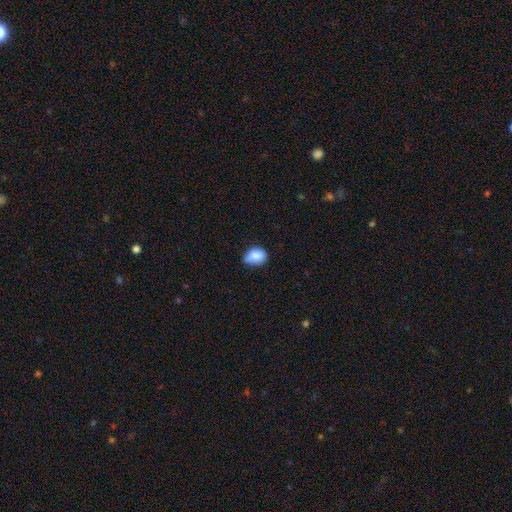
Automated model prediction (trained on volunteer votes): A smooth galaxy with no disk features (83%) that is in between round and cigar-shaped (57%).

Vote fractions:
- Smooth or featured? smooth: 83% / star or artifact: 9% / featured or disk: 8%
- How rounded? in between: 57% / round: 42% / cigar-shaped: 1%
- Merging? none: 52% / minor disturbance: 38% / major disturbance: 6% / merger: 3%